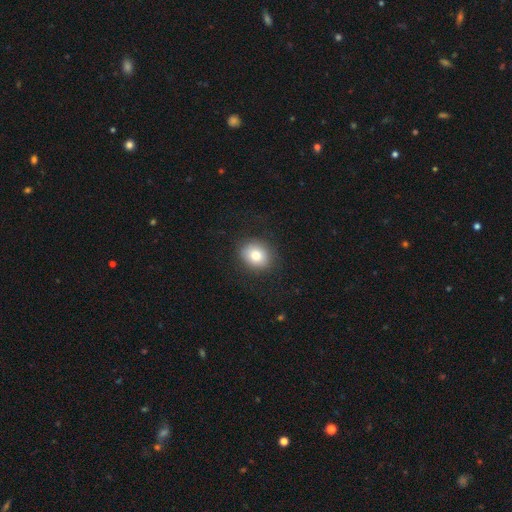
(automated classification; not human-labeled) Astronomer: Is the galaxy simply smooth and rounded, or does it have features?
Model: smooth — 78%.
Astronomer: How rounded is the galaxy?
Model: round — 66%.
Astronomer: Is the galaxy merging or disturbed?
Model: none — 85%.